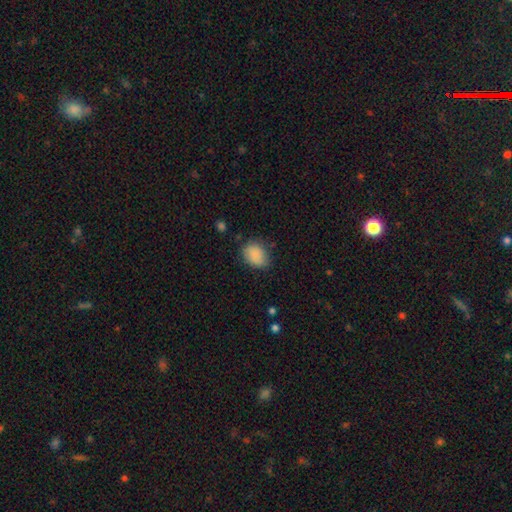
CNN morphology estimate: Q: Smooth or featured?
A: smooth (87%); runner-up: star or artifact (8%)
Q: How rounded?
A: in between (59%); runner-up: round (40%)
Q: Merging?
A: none (72%); runner-up: minor disturbance (21%)